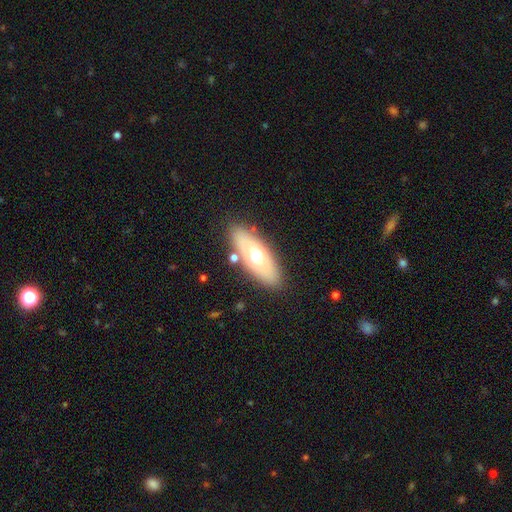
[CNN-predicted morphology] smooth 57%, featured or disk 35%, star or artifact 8%. Down the decision tree: how rounded — in between (71%); merging — none (84%).